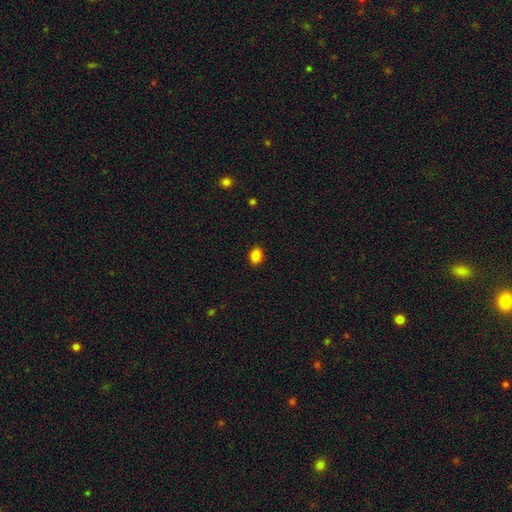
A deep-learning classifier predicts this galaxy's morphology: Q: Smooth or featured?
A: smooth (86%); runner-up: star or artifact (10%)
Q: How rounded?
A: in between (68%); runner-up: round (31%)
Q: Merging?
A: none (89%); runner-up: minor disturbance (8%)